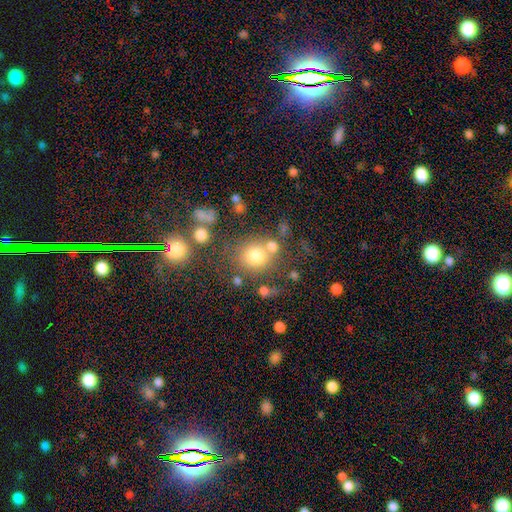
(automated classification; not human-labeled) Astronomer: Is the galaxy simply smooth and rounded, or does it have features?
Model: smooth — 73%.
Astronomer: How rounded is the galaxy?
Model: round — 84%.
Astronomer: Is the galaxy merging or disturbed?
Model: none — 61%.